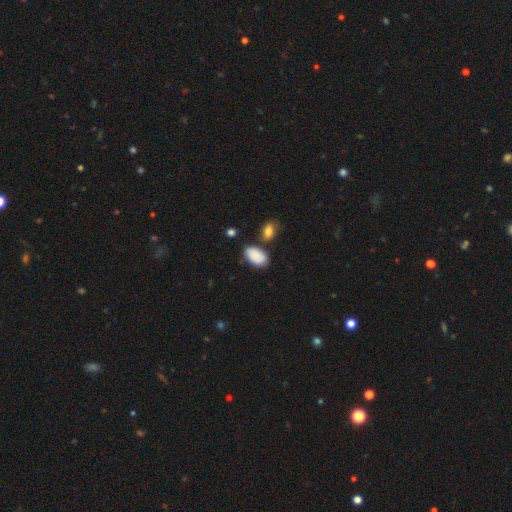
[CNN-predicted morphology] smooth 83%, featured or disk 10%, star or artifact 7%. Down the decision tree: how rounded — in between (93%); merging — none (63%).